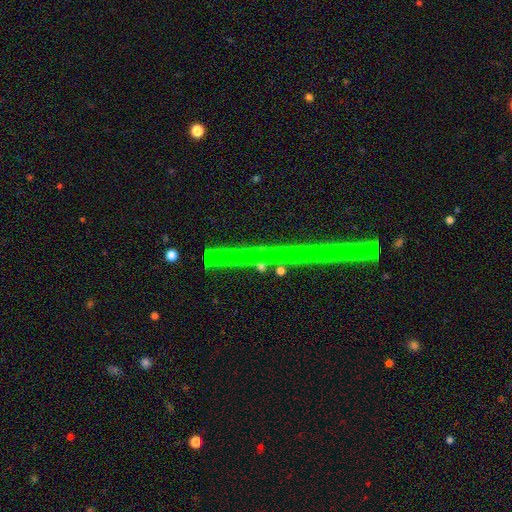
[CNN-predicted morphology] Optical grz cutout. It shows a star or artifact, not a galaxy (73%).